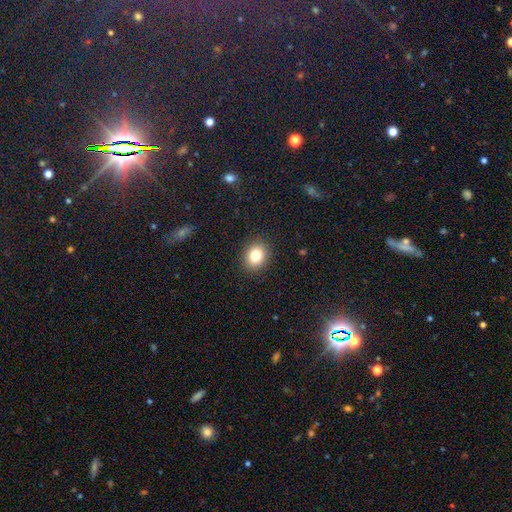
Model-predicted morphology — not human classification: Overall: smooth (82%). How rounded: round (57%; in between 42%). Merging: none (90%).